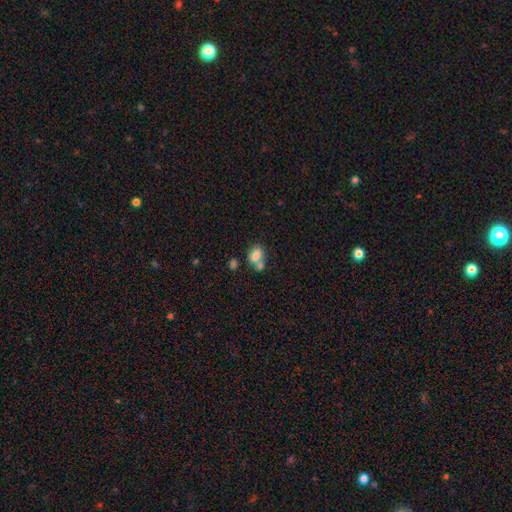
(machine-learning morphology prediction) This is likely a smooth galaxy (76%). How rounded: likely in between (63%). Merging: marginally merger (45%).